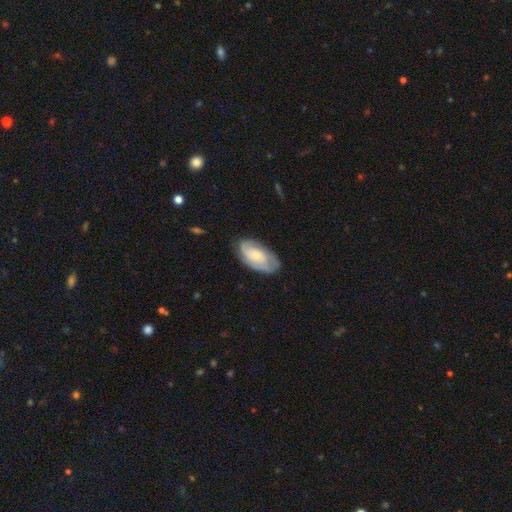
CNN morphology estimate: Q: Smooth or featured?
A: featured or disk (68%); runner-up: smooth (27%)
Q: Edge-on disk?
A: no (95%); runner-up: yes (5%)
Q: Bar?
A: no (70%); runner-up: weak (25%)
Q: Spiral arms?
A: yes (89%); runner-up: no (11%)
Q: Spiral winding?
A: tight (55%); runner-up: medium (34%)
Q: Spiral arm count?
A: 2 (46%); runner-up: can't tell (30%)
Q: Bulge size?
A: small (62%); runner-up: moderate (32%)
Q: Merging?
A: none (73%); runner-up: minor disturbance (20%)